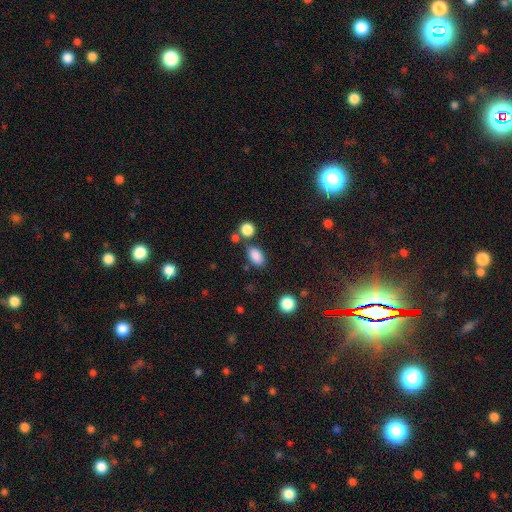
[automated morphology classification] Smooth or featured: smooth — 86% (star or artifact — 9%)
How rounded: in between — 89% (round — 8%)
Merging: none — 73% (minor disturbance — 13%)